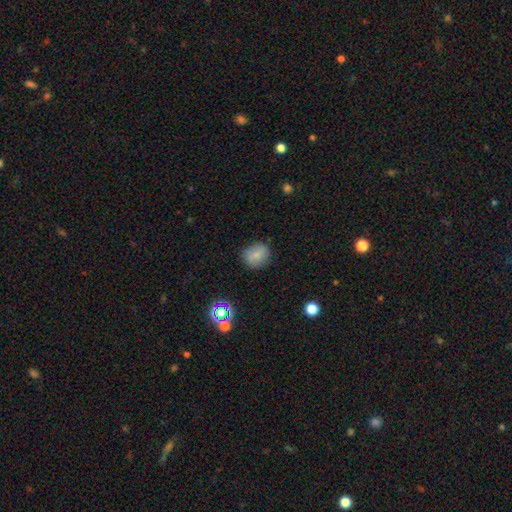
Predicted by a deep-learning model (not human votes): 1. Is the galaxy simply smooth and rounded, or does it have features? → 78% smooth, 12% star or artifact, 10% featured or disk.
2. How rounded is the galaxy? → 71% round, 28% in between, 1% cigar-shaped.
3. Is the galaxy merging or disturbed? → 81% none, 14% minor disturbance, 4% major disturbance, 2% merger.